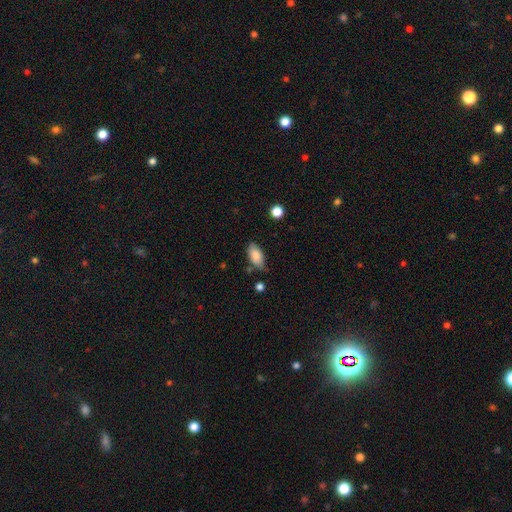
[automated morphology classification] The model was most divided on "merging": none: 67%, minor disturbance: 24%, major disturbance: 5%, merger: 4%. More confident: how rounded — in between (92%); smooth or featured — smooth (85%).